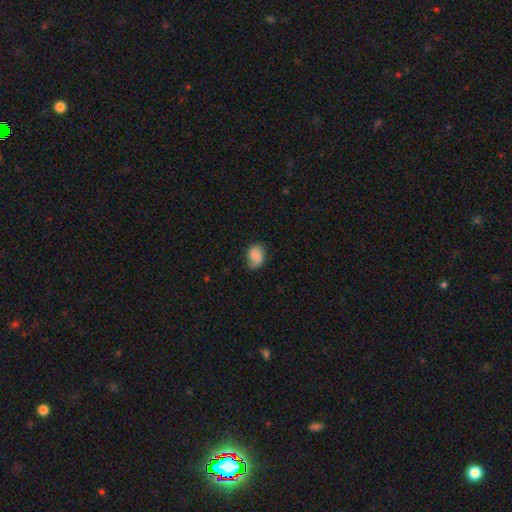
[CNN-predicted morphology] Smooth or featured?
  - smooth: 75% *
  - featured or disk: 16%
  - star or artifact: 9%
How rounded?
  - in between: 64% *
  - round: 34%
  - cigar-shaped: 1%
Merging?
  - none: 59% *
  - minor disturbance: 29%
  - major disturbance: 10%
  - merger: 2%